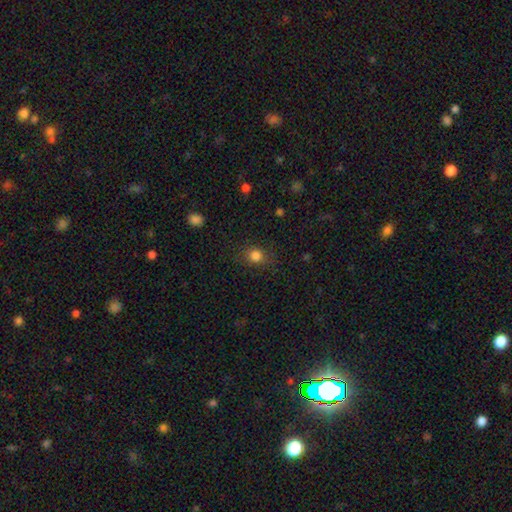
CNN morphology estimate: type=smooth (82%); roundness=round (74%); merging=none (82%).